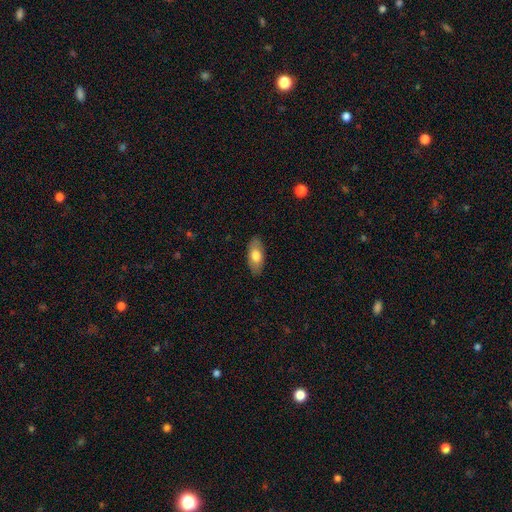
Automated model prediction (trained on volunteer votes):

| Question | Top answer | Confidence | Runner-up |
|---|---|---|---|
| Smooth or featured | smooth | 74% | featured or disk (20%) |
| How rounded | in between | 89% | cigar-shaped (8%) |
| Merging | none | 87% | minor disturbance (10%) |